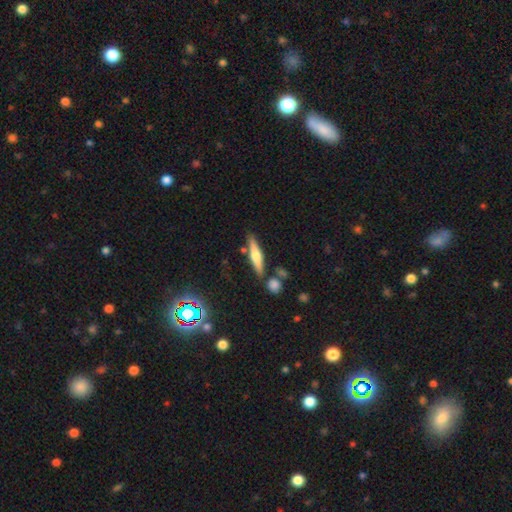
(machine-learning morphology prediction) The model was most divided on "smooth or featured": featured or disk: 47%, smooth: 45%, star or artifact: 8%. More confident: merging — none (78%).